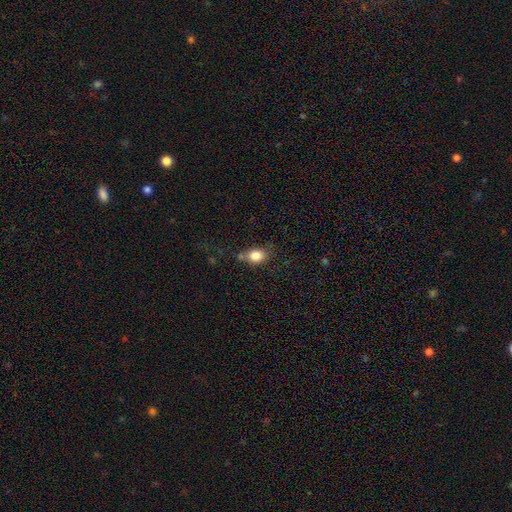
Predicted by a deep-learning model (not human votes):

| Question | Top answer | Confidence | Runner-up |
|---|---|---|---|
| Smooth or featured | smooth | 83% | star or artifact (9%) |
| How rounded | in between | 61% | round (38%) |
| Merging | none | 62% | minor disturbance (22%) |